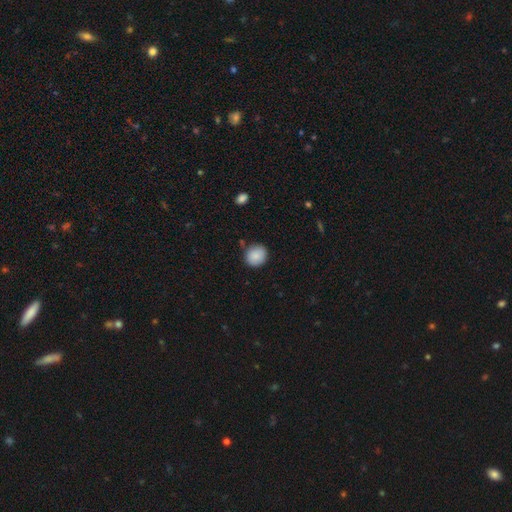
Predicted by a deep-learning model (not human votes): Overall: smooth (87%). How rounded: round (79%). Merging: none (84%).